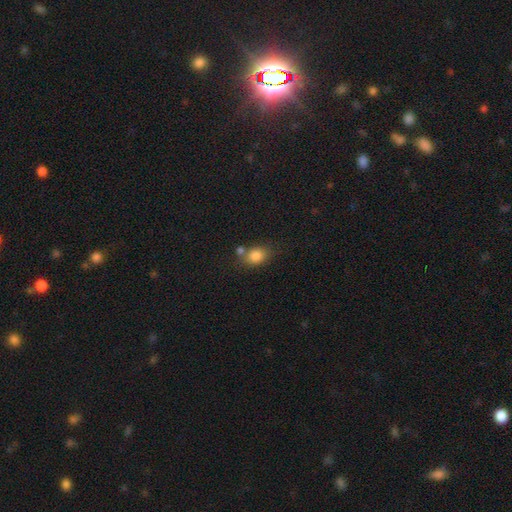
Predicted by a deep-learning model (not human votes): Morphology: type=smooth (83%); roundness=in between (55%); merging=none (56%).